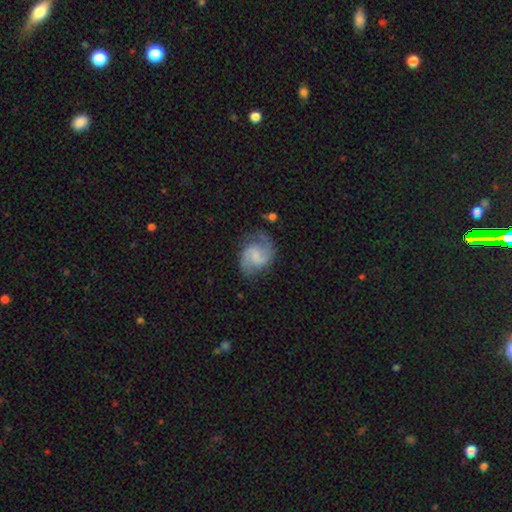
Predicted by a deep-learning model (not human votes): Smooth or featured?
  - featured or disk: 83% *
  - smooth: 11%
  - star or artifact: 6%
Edge-on disk?
  - no: 98% *
  - yes: 2%
Bar?
  - weak: 53% *
  - no: 37%
  - strong: 10%
Spiral arms?
  - yes: 96% *
  - no: 4%
Spiral winding?
  - medium: 57% *
  - loose: 24%
  - tight: 19%
Spiral arm count?
  - 2: 91% *
  - can't tell: 4%
  - 1: 2%
  - 3: 2%
  - 4: 1%
  - more than 4: 1%
Bulge size?
  - none: 38% *
  - small: 37%
  - moderate: 20%
  - large: 3%
  - dominant: 1%
Merging?
  - none: 72% *
  - minor disturbance: 18%
  - major disturbance: 8%
  - merger: 2%